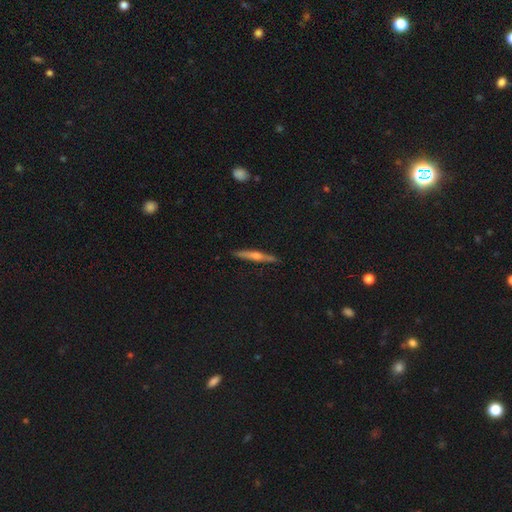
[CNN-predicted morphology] featured or disk 66%, smooth 27%, star or artifact 7%. Down the decision tree: edge-on disk — yes (97%); edge-on bulge — rounded (88%); merging — none (90%).